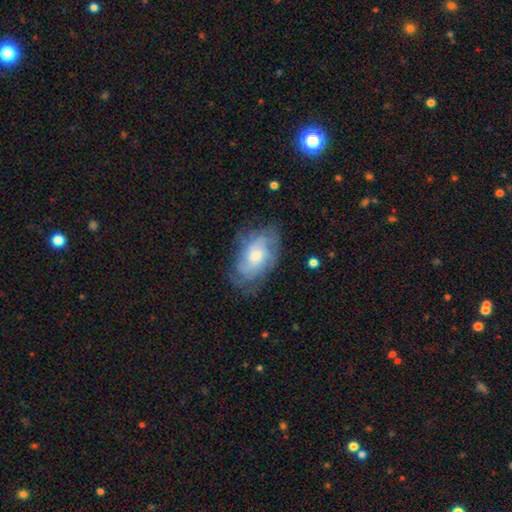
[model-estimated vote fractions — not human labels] The model was most divided on "bulge size": moderate: 49%, small: 42%, large: 6%, none: 2%, dominant: 1%. More confident: edge-on disk — no (95%); spiral arms — yes (84%); bar — no (74%); merging — none (69%); smooth or featured — featured or disk (66%); spiral arm count — can't tell (57%); spiral winding — tight (56%).